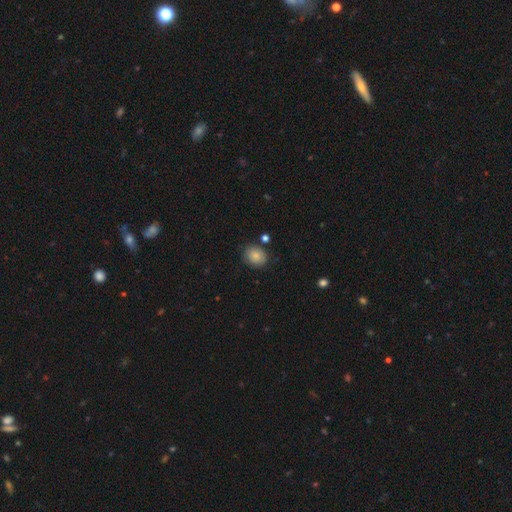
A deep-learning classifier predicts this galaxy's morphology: Overall: smooth (81%). How rounded: round (67%; in between 32%). Merging: none (81%).